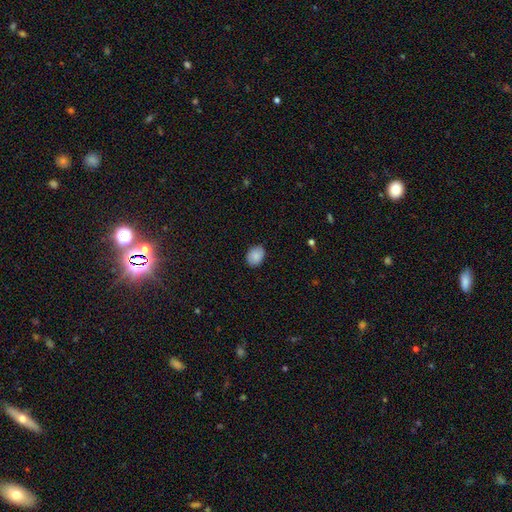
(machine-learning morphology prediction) This appears to be a smooth galaxy with no disk features (86%) that is in between round and cigar-shaped (65%). Merging: none (84%).